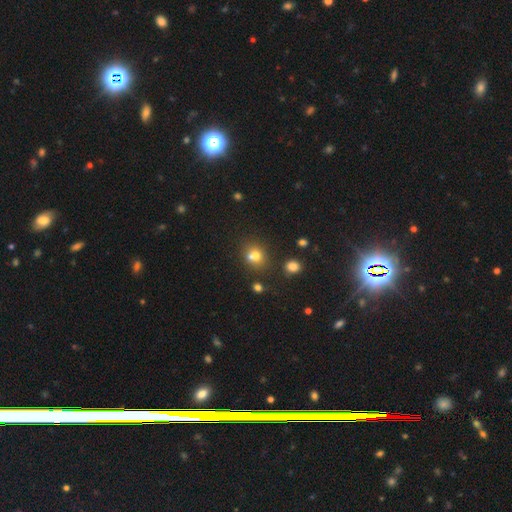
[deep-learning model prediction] A smooth galaxy with no disk features (70%) that is round (71%). Merging: none (47%).